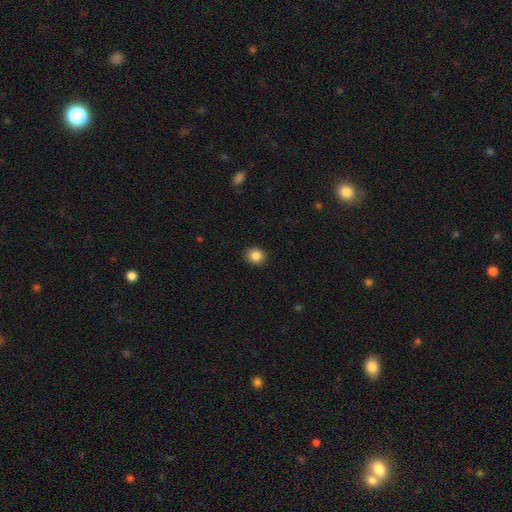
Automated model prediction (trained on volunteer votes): smooth_or_featured: smooth (p=0.86) [alt: star or artifact p=0.09]
how_rounded: round (p=0.66) [alt: in between p=0.33]
merging: none (p=0.90) [alt: minor disturbance p=0.07]